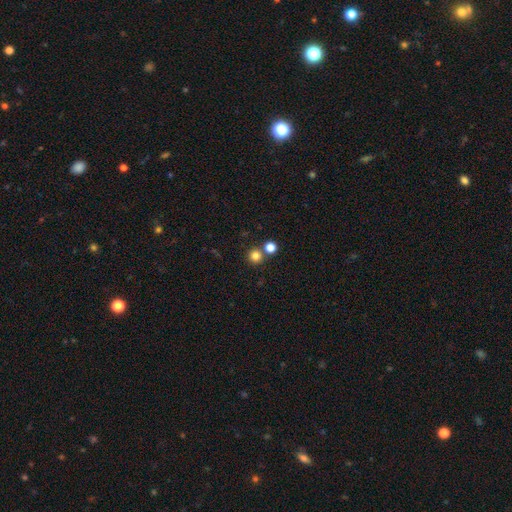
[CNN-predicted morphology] The model was most divided on "merging": none: 75%, merger: 17%, minor disturbance: 6%, major disturbance: 2%. More confident: how rounded — round (94%); smooth or featured — smooth (81%).